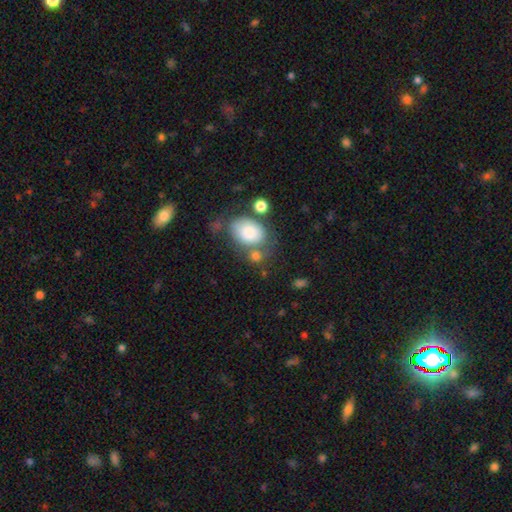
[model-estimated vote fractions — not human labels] Smooth or featured? Predicted: smooth (p=0.79). How rounded? Predicted: in between (p=0.67). Merging? Predicted: none (p=0.49).